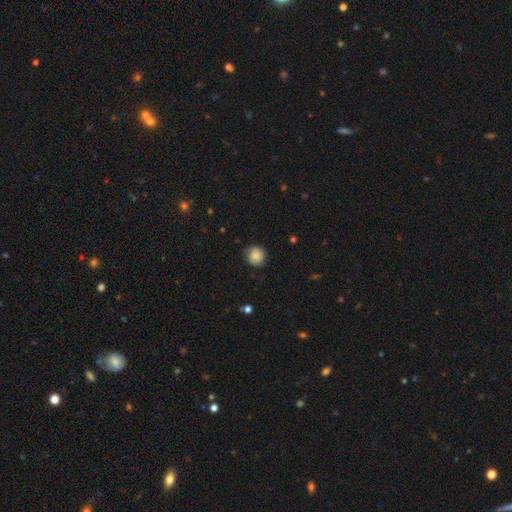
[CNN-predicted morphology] The model was most divided on "merging": none: 80%, minor disturbance: 16%, major disturbance: 4%, merger: 1%. More confident: how rounded — round (87%); smooth or featured — smooth (84%).